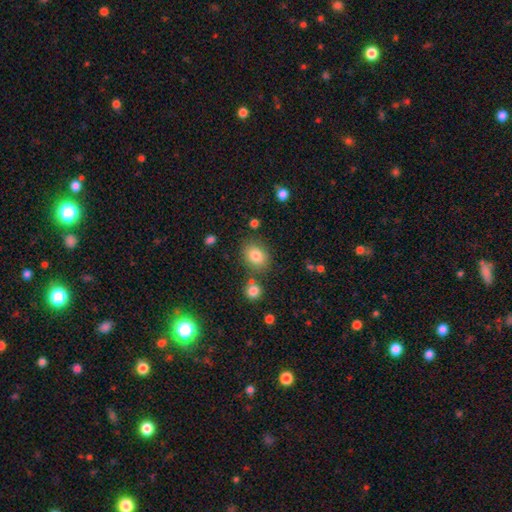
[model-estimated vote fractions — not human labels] Q: Smooth or featured?
A: smooth (81%); runner-up: star or artifact (11%)
Q: How rounded?
A: in between (53%); runner-up: round (46%)
Q: Merging?
A: none (76%); runner-up: minor disturbance (11%)